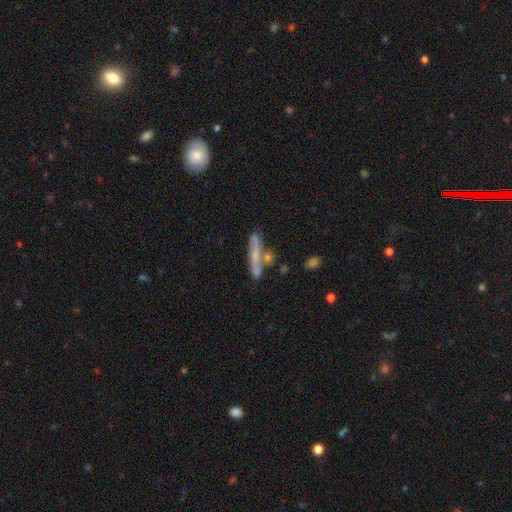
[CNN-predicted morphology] Smooth or featured? Predicted: smooth (p=0.46). Merging? Predicted: none (p=0.60).